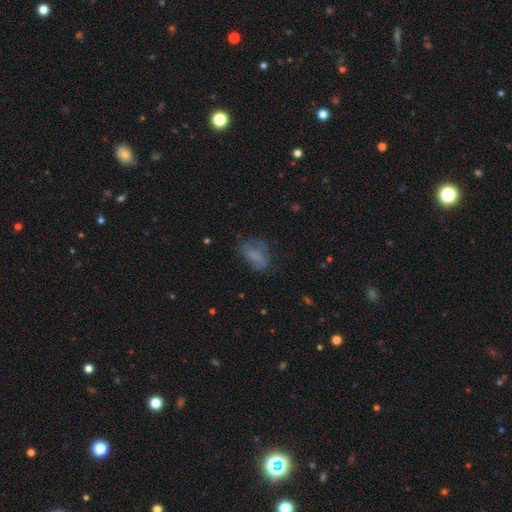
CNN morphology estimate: The model was most divided on "smooth or featured": smooth: 59%, featured or disk: 29%, star or artifact: 12%. More confident: how rounded — in between (83%); merging — none (55%).